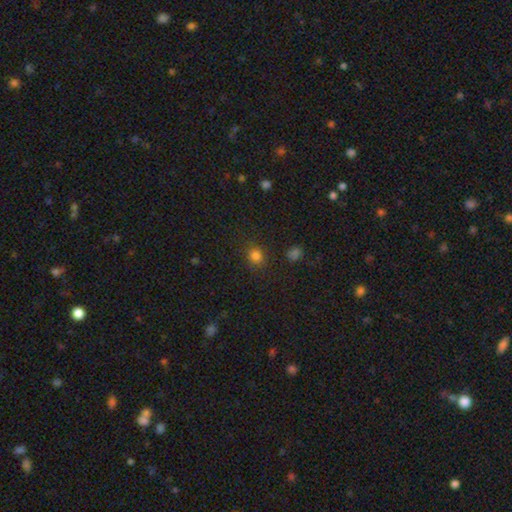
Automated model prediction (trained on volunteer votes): A smooth galaxy with no disk features (79%) that is round (78%).

Vote fractions:
- Smooth or featured? smooth: 79% / star or artifact: 17% / featured or disk: 5%
- How rounded? round: 78% / in between: 21% / cigar-shaped: 1%
- Merging? none: 82% / minor disturbance: 11% / major disturbance: 4% / merger: 3%